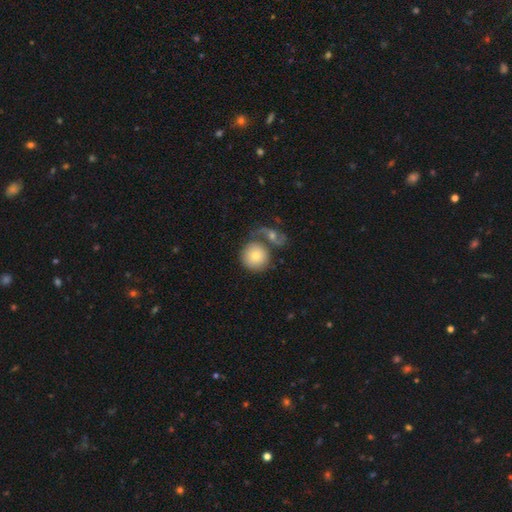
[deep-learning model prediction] Smooth or featured?
  - smooth: 73% *
  - featured or disk: 20%
  - star or artifact: 7%
How rounded?
  - round: 91% *
  - in between: 8%
  - cigar-shaped: 1%
Merging?
  - none: 46% *
  - merger: 37%
  - minor disturbance: 11%
  - major disturbance: 7%